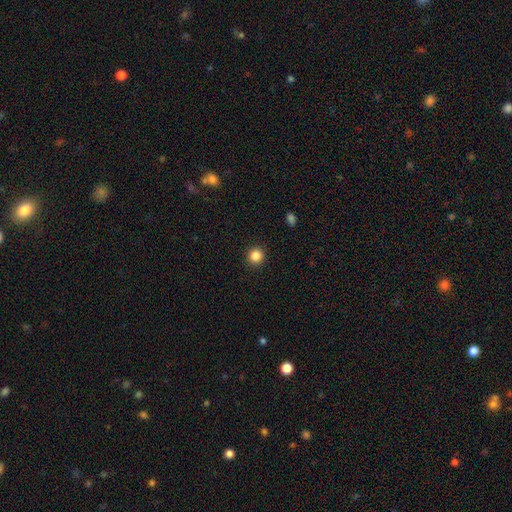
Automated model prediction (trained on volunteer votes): Smooth or featured: smooth — 86% (star or artifact — 10%)
How rounded: round — 94% (in between — 6%)
Merging: none — 93% (minor disturbance — 5%)